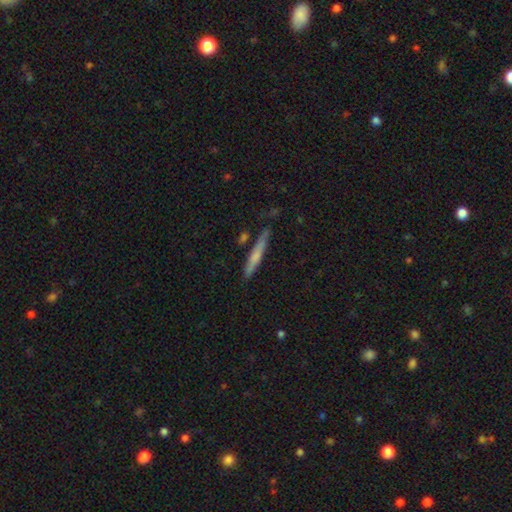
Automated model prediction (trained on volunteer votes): smooth 58%, featured or disk 36%, star or artifact 6%. Down the decision tree: how rounded — cigar-shaped (94%); merging — none (80%).